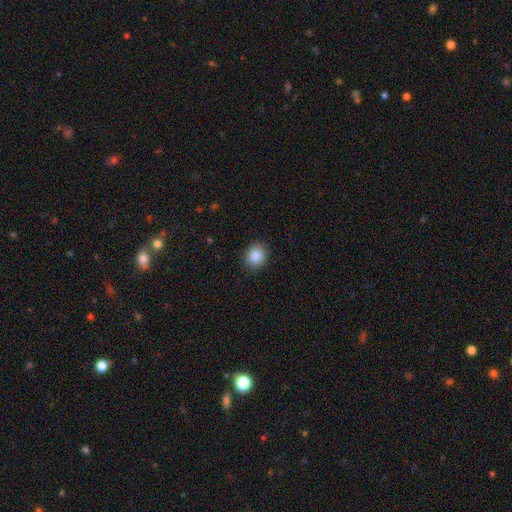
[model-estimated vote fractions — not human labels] Smooth or featured: smooth — 88% (star or artifact — 8%)
How rounded: round — 68% (in between — 31%)
Merging: none — 89% (minor disturbance — 8%)